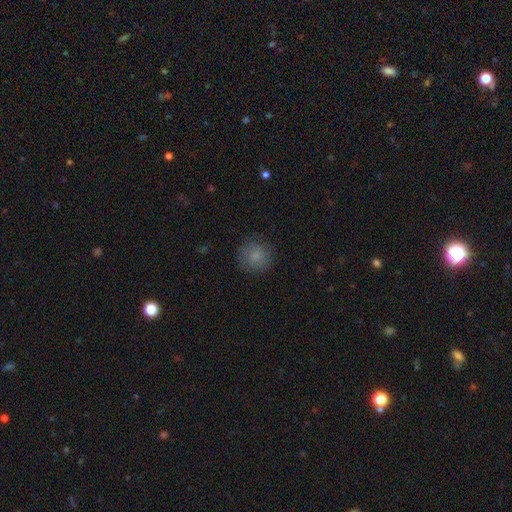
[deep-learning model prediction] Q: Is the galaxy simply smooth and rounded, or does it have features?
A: smooth — 84%.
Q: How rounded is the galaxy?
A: round — 93%.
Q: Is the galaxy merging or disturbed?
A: none — 85%.